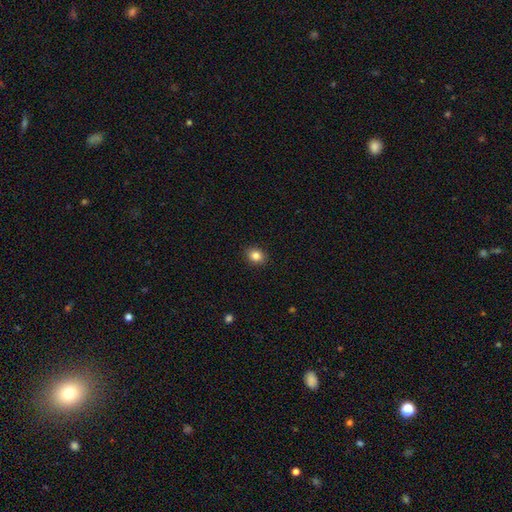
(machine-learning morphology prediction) smooth 84%, star or artifact 10%, featured or disk 5%. Down the decision tree: how rounded — round (59%); merging — none (90%).